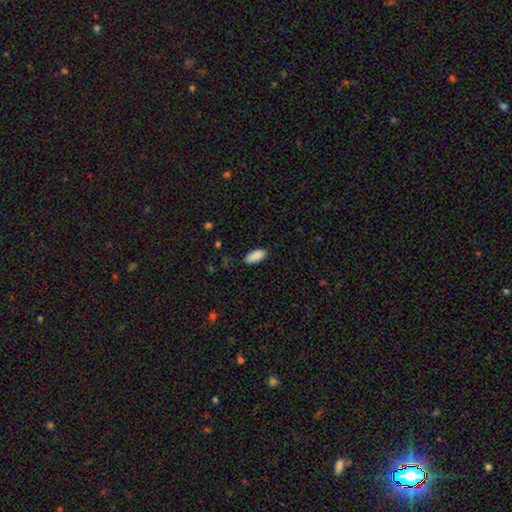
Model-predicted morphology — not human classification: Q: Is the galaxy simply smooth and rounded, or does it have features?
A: smooth — 90%.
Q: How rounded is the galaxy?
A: in between — 88%.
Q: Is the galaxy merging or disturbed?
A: none — 86%.